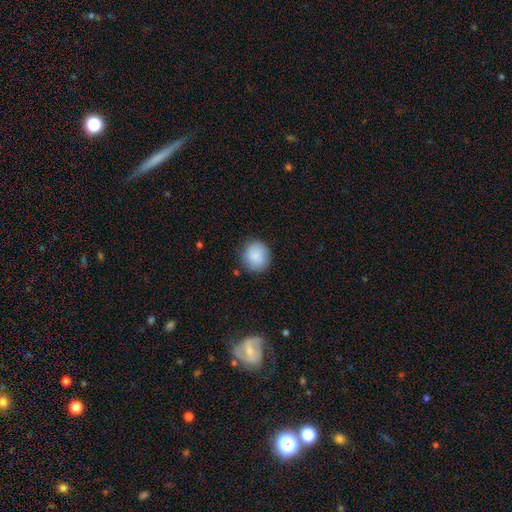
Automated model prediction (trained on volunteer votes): Q: Smooth or featured?
A: smooth (88%); runner-up: star or artifact (7%)
Q: How rounded?
A: round (88%); runner-up: in between (11%)
Q: Merging?
A: none (85%); runner-up: minor disturbance (11%)